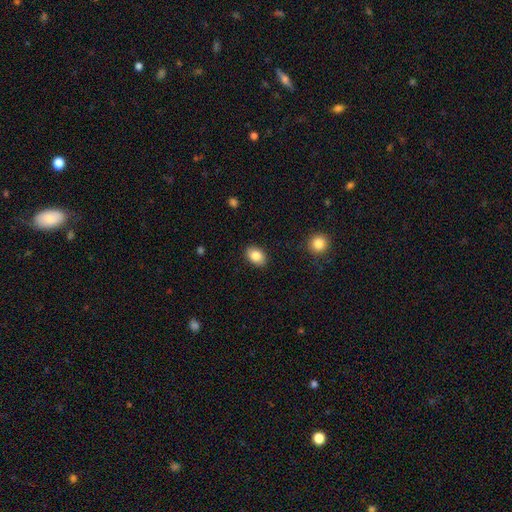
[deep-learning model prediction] smooth-or-featured: smooth: 84% | featured or disk: 8% | star or artifact: 8%
  how-rounded: in between: 82% | round: 17% | cigar-shaped: 1%
  merging: none: 88% | minor disturbance: 9% | major disturbance: 2% | merger: 1%